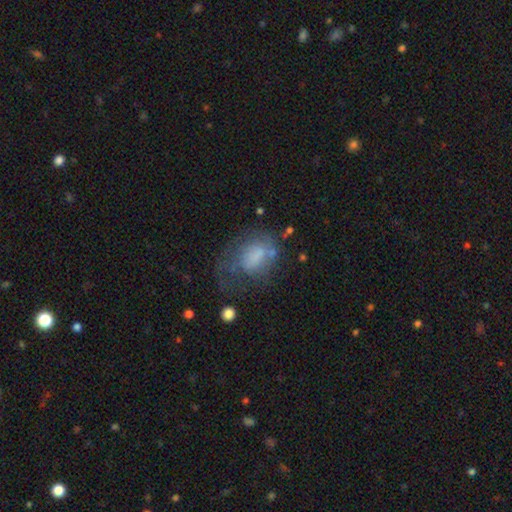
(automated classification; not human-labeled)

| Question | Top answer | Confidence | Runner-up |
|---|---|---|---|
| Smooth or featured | smooth | 53% | featured or disk (34%) |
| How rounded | in between | 75% | round (22%) |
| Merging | none | 36% | tied: major disturbance (36%) |